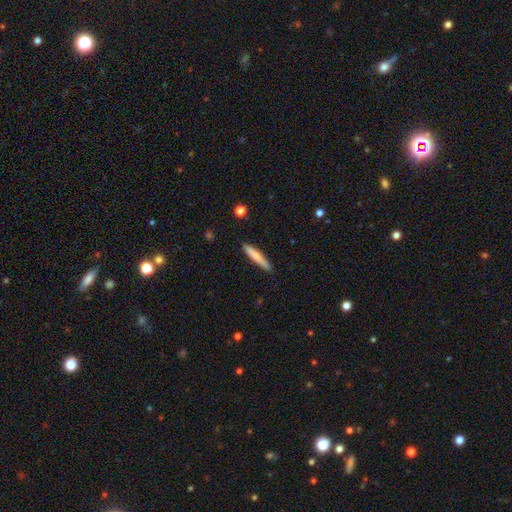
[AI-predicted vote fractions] Overall: smooth (71%). How rounded: cigar-shaped (93%). Merging: none (89%).